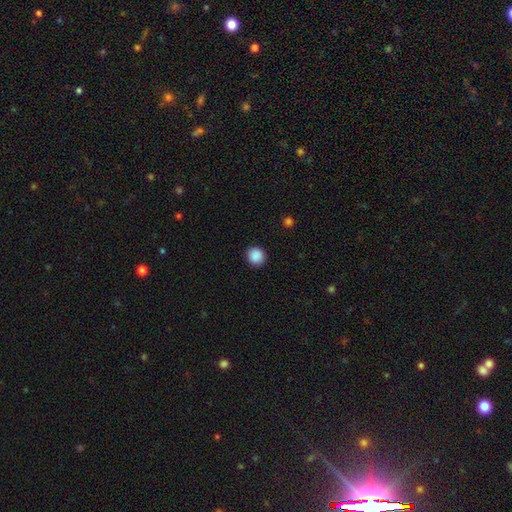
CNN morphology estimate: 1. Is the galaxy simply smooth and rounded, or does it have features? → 89% smooth, 9% star or artifact, 2% featured or disk.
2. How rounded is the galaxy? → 91% round, 9% in between, 1% cigar-shaped.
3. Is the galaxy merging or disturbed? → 92% none, 5% minor disturbance, 2% major disturbance, 1% merger.